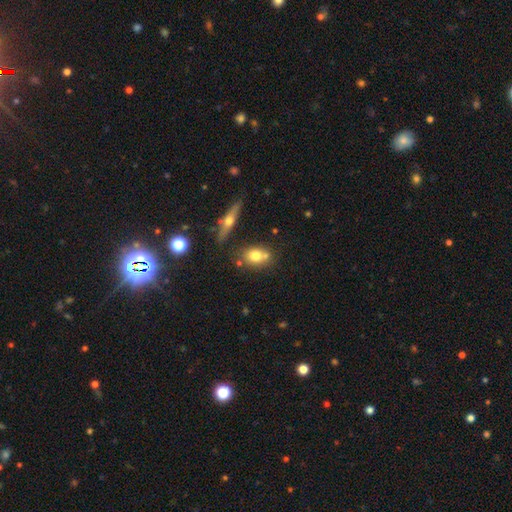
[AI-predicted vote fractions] This is likely a smooth galaxy (72%). How rounded: likely in between (64%). Merging: likely none (61%).